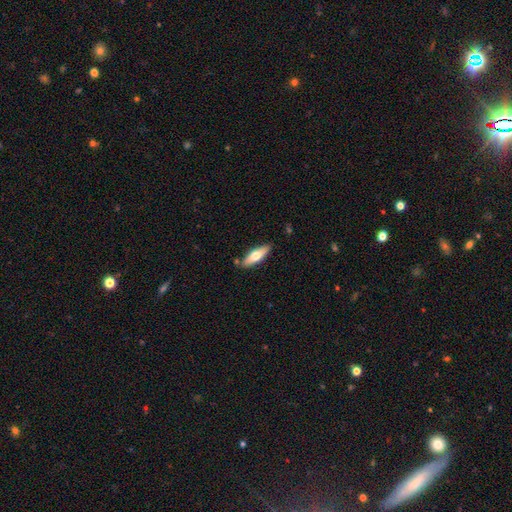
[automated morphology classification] Smooth or featured?
  - smooth: 59% *
  - featured or disk: 35%
  - star or artifact: 6%
How rounded?
  - cigar-shaped: 51% *
  - in between: 47%
  - round: 2%
Merging?
  - none: 83% *
  - minor disturbance: 11%
  - merger: 4%
  - major disturbance: 2%